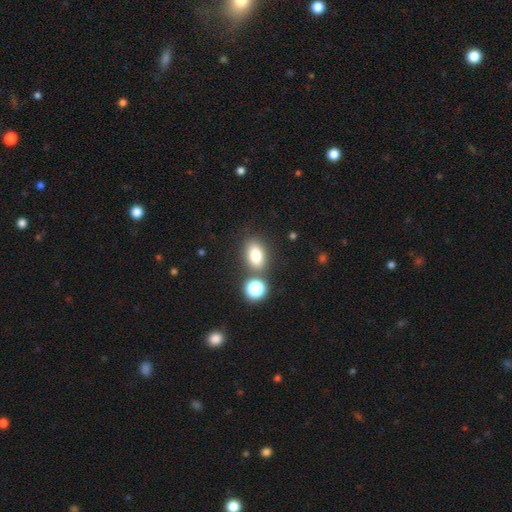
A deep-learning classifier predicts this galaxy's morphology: Smooth or featured?
  - smooth: 78% *
  - star or artifact: 12%
  - featured or disk: 10%
How rounded?
  - in between: 80% *
  - round: 18%
  - cigar-shaped: 2%
Merging?
  - none: 73% *
  - merger: 12%
  - minor disturbance: 11%
  - major disturbance: 4%